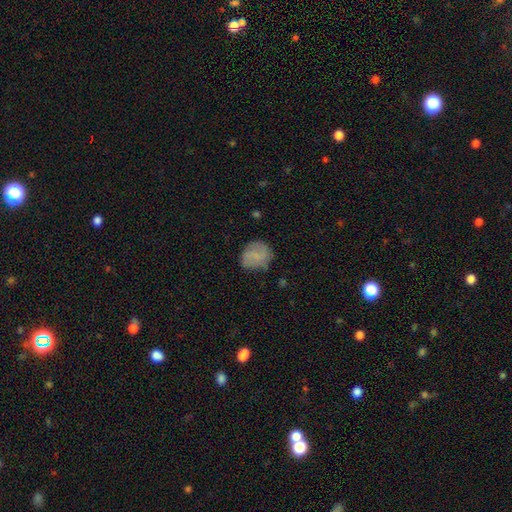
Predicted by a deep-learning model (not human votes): smooth_or_featured: smooth (p=0.69) [alt: featured or disk p=0.22]
how_rounded: round (p=0.74) [alt: in between p=0.25]
merging: none (p=0.72) [alt: minor disturbance p=0.20]